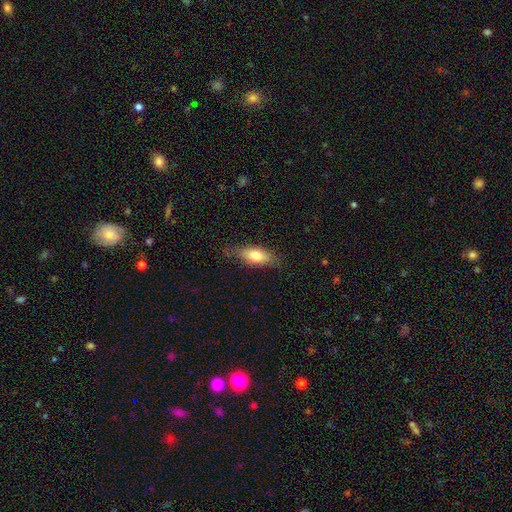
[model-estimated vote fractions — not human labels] Overall: smooth (70%). How rounded: in between (69%). Merging: none (76%).